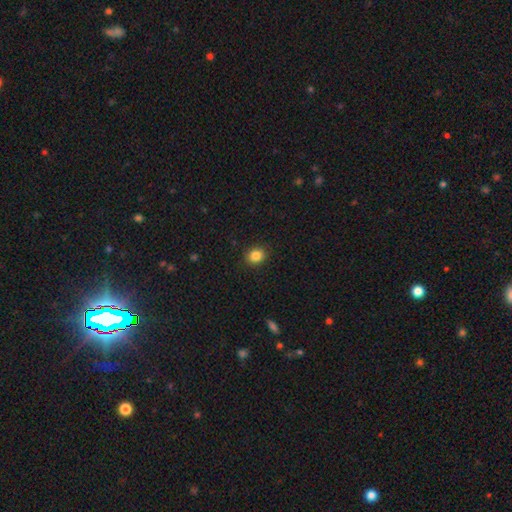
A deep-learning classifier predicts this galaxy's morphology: Smooth or featured? Predicted: smooth (p=0.85). How rounded? Predicted: round (p=0.66). Merging? Predicted: none (p=0.90).